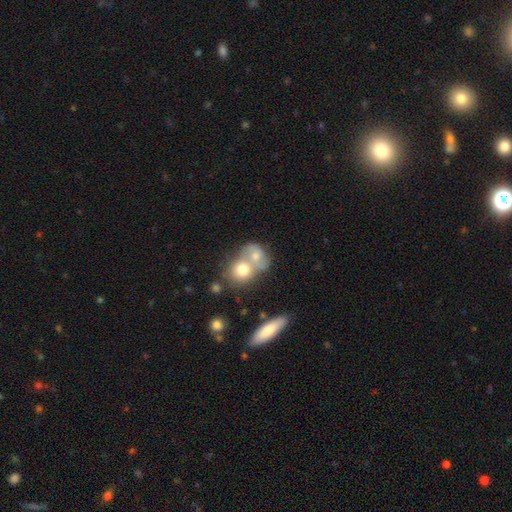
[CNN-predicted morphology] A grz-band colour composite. It shows a smooth galaxy with no disk features (62%) that is round (55%). Merging: merger (68%).